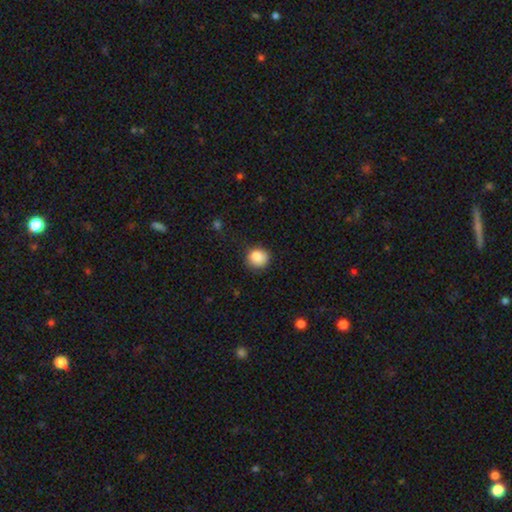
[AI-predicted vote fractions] Morphology: type=smooth (86%); roundness=round (84%); merging=none (80%).